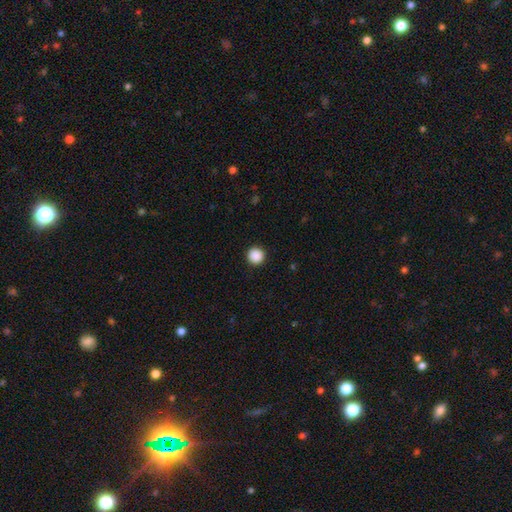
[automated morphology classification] A smooth galaxy with no disk features (89%) that is round (96%).

Vote fractions:
- Smooth or featured? smooth: 89% / star or artifact: 9% / featured or disk: 2%
- How rounded? round: 96% / in between: 3% / cigar-shaped: 1%
- Merging? none: 93% / minor disturbance: 5% / major disturbance: 2% / merger: 1%